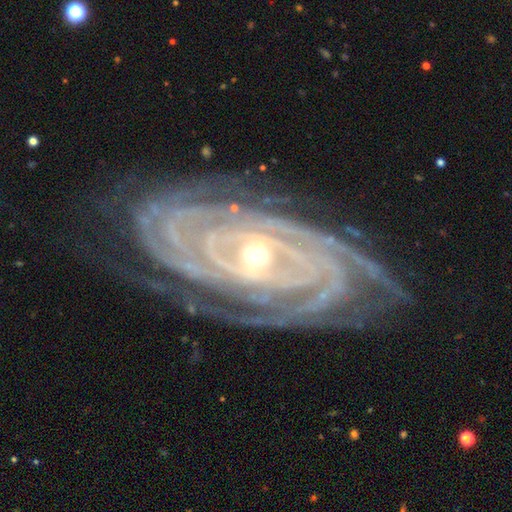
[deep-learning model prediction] A featured or disk galaxy (92%) with no bar (55%), more than 4 (24%) tight (89%) spiral arms (99%) and a small central bulge (56%). Merging: none (82%).